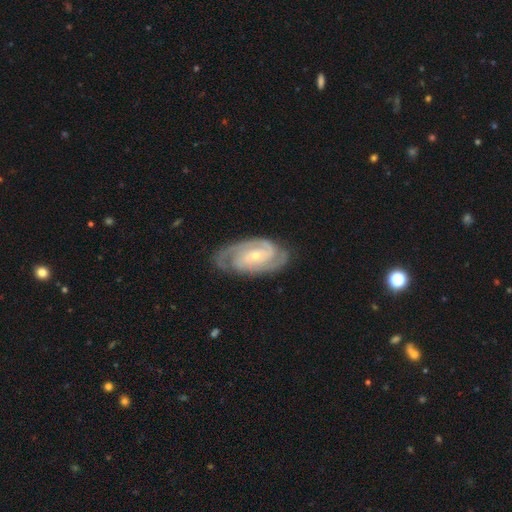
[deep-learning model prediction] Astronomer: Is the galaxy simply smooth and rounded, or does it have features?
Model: featured or disk — 89%.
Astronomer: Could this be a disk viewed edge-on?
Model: no — 96%.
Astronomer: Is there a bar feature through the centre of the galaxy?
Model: no — 52% (runner-up: weak, 34%).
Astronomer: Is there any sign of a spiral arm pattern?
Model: yes — 98%.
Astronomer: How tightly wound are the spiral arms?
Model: tight — 62%.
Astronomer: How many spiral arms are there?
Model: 2 — 63%.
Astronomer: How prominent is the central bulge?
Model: small — 68%.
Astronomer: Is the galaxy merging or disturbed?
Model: none — 77%.